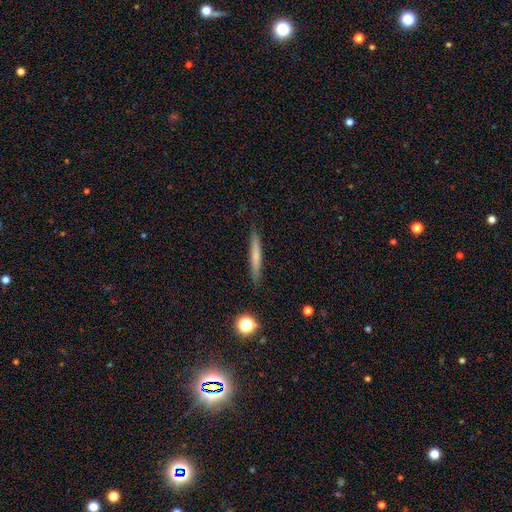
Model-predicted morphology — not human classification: Overall: smooth (62%; featured or disk 31%). How rounded: cigar-shaped (95%). Merging: none (89%).